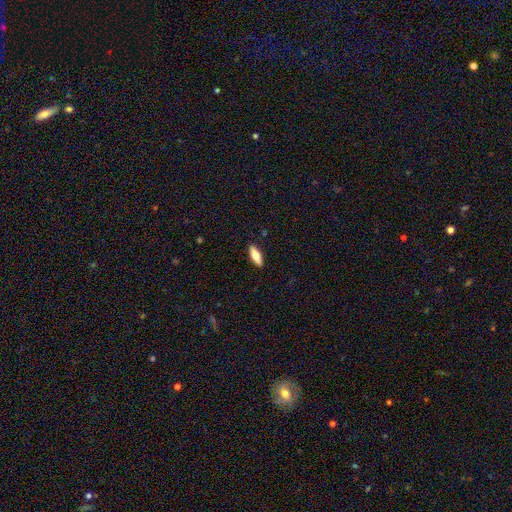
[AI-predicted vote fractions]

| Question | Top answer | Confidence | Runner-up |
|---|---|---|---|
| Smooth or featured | smooth | 63% | featured or disk (31%) |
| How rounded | in between | 59% | cigar-shaped (39%) |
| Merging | none | 90% | minor disturbance (8%) |